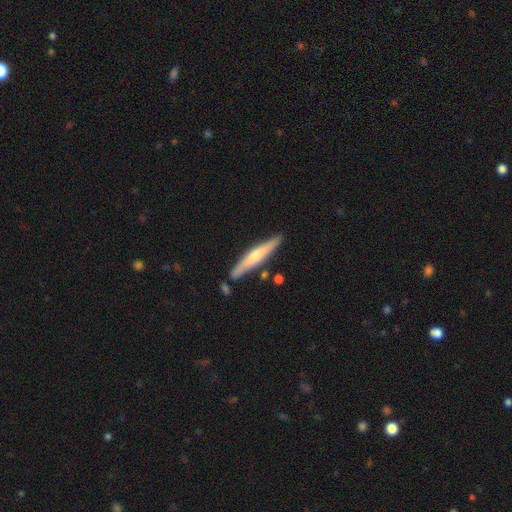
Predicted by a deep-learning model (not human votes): Smooth or featured?
  - featured or disk: 52% *
  - smooth: 42%
  - star or artifact: 6%
Edge-on disk?
  - yes: 94% *
  - no: 6%
Merging?
  - none: 82% *
  - minor disturbance: 11%
  - merger: 5%
  - major disturbance: 2%